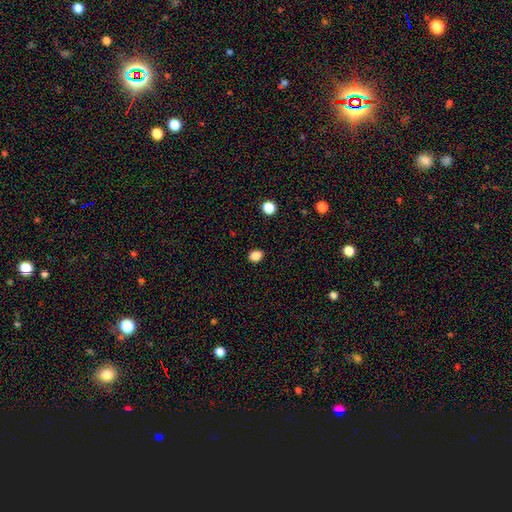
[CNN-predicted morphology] Smooth or featured: smooth — 86% (star or artifact — 11%)
How rounded: in between — 55% (round — 44%)
Merging: none — 89% (minor disturbance — 8%)